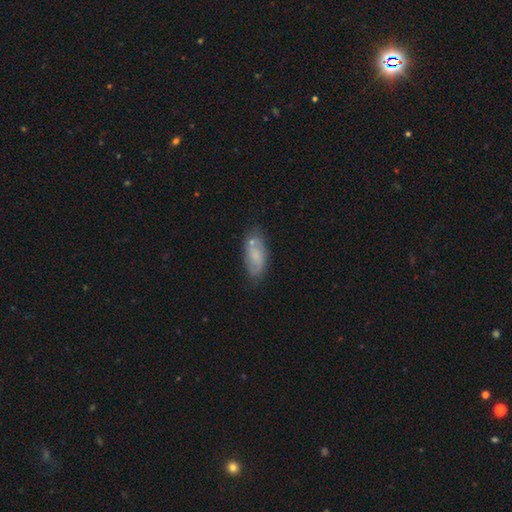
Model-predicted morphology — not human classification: A smooth galaxy with no disk features (56%) that is in between round and cigar-shaped (84%). Merging: none (62%).